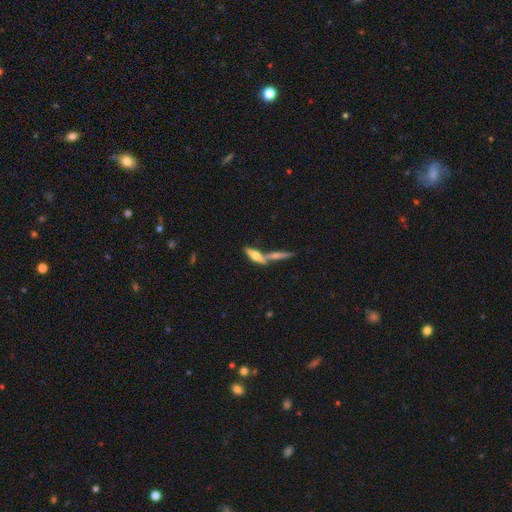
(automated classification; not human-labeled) This is possibly a featured or disk galaxy (50%). Merging: possibly none (46%).